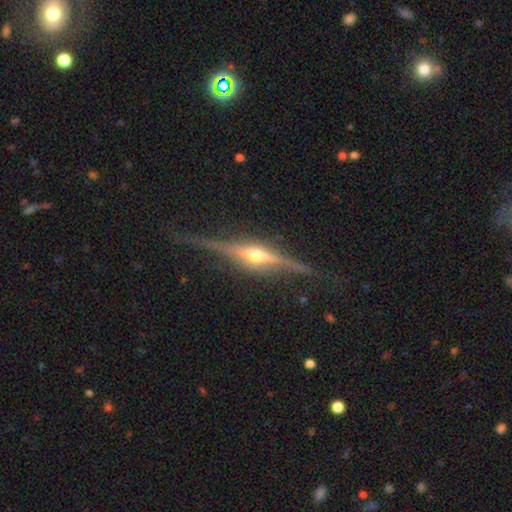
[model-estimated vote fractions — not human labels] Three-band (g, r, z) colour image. It shows a featured or disk galaxy (85%) viewed edge-on (97%) with a rounded central bulge (89%). Merging: none (83%).